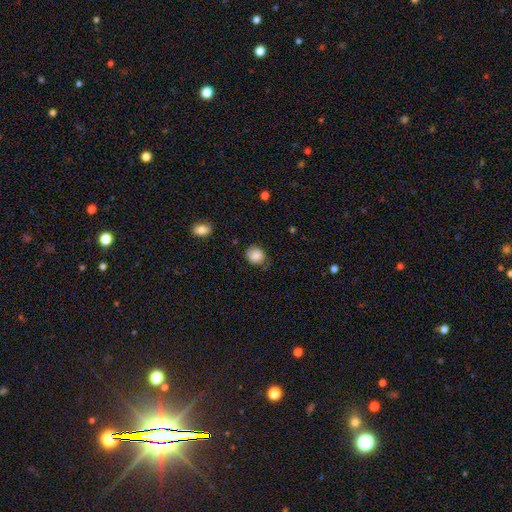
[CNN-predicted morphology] type=smooth (85%); roundness=round (62%); merging=none (68%).